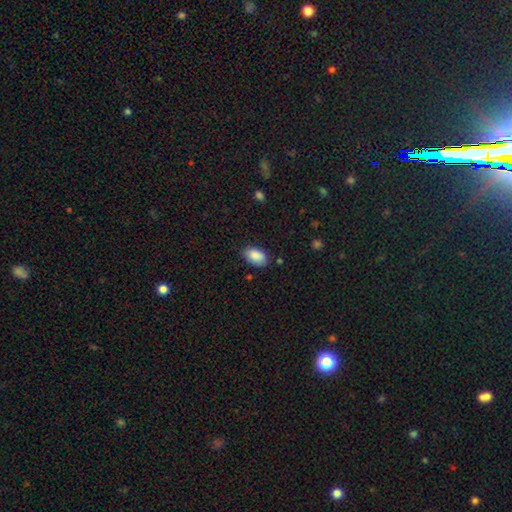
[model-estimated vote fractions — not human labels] A smooth galaxy with no disk features (88%) that is in between round and cigar-shaped (92%).

Vote fractions:
- Smooth or featured? smooth: 88% / star or artifact: 7% / featured or disk: 5%
- How rounded? in between: 92% / round: 7% / cigar-shaped: 1%
- Merging? none: 79% / minor disturbance: 17% / major disturbance: 3% / merger: 2%